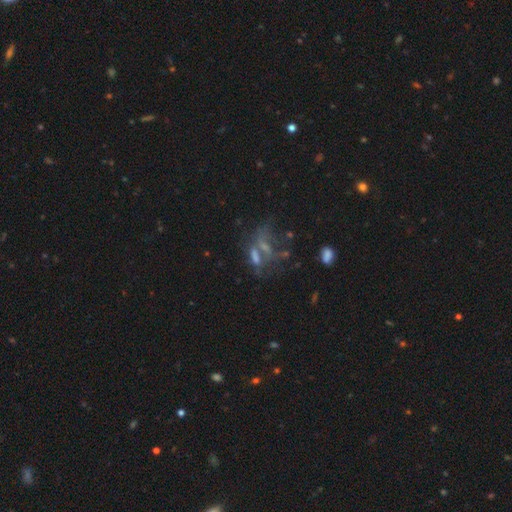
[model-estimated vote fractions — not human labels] featured or disk 43%, star or artifact 33%, smooth 24%. Down the decision tree: merging — none (32%).